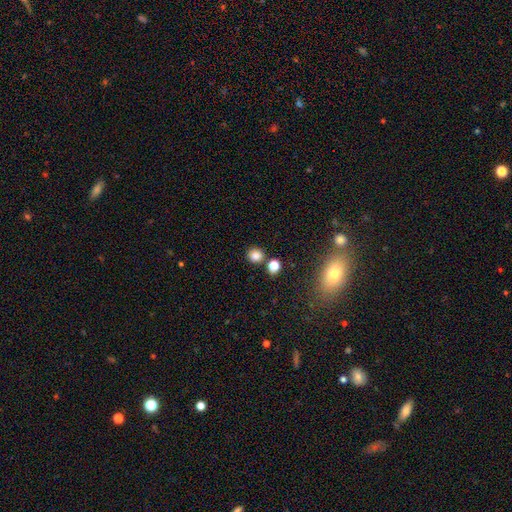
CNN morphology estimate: Q: Smooth or featured?
A: smooth (82%); runner-up: star or artifact (14%)
Q: How rounded?
A: round (85%); runner-up: in between (14%)
Q: Merging?
A: none (79%); runner-up: merger (10%)